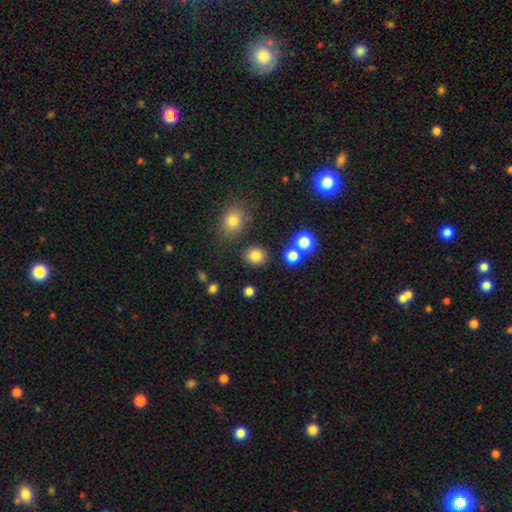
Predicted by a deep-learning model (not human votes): smooth 82%, star or artifact 13%, featured or disk 5%. Down the decision tree: how rounded — round (84%); merging — none (85%).